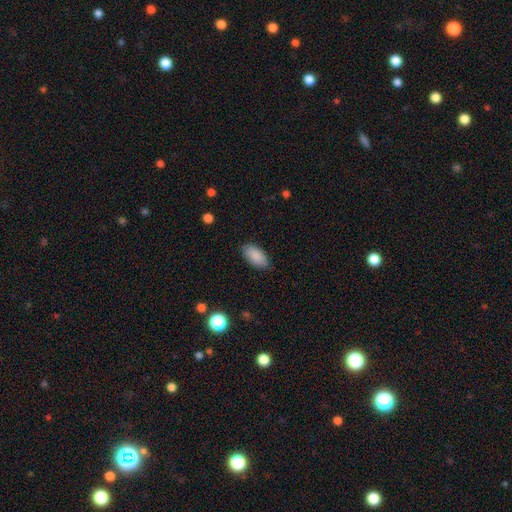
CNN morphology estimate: A smooth galaxy with no disk features (88%) that is in between round and cigar-shaped (94%). Merging: none (84%).